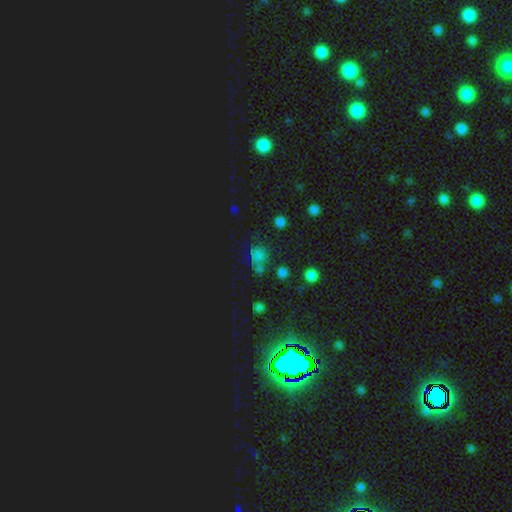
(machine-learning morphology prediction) A smooth galaxy with no disk features (51%) that is round (73%). Merging: none (57%).